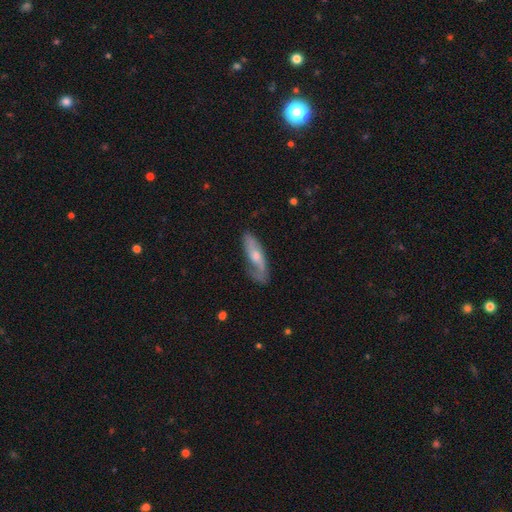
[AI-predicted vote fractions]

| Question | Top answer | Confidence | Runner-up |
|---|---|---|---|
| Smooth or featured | featured or disk | 60% | smooth (34%) |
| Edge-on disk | no | 77% | yes (23%) |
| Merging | none | 64% | minor disturbance (24%) |